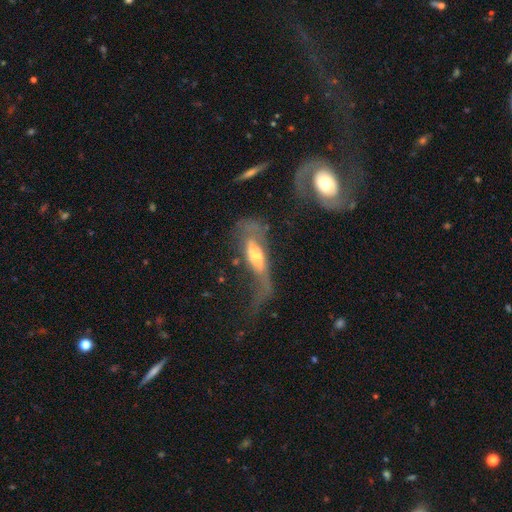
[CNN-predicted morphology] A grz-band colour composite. It shows a featured or disk galaxy (58%). Merging: major disturbance (53%).